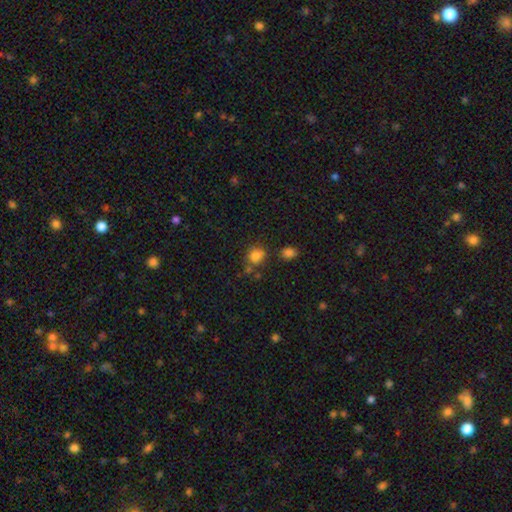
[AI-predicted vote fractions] Smooth or featured? Predicted: smooth (p=0.80). How rounded? Predicted: round (p=0.74). Merging? Predicted: none (p=0.64).